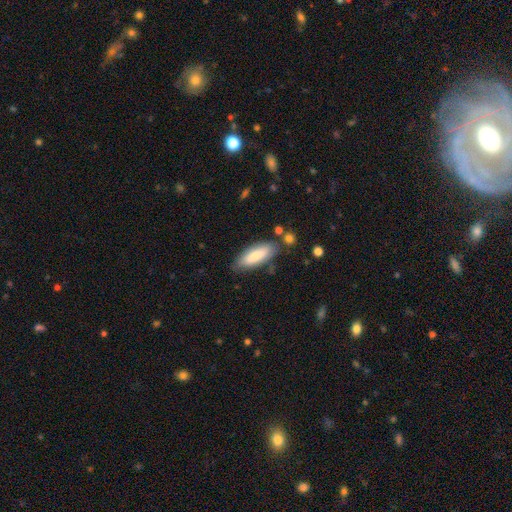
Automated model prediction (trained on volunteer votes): Smooth or featured? smooth (78%)
How rounded? in between (65%)
Merging? none (76%)